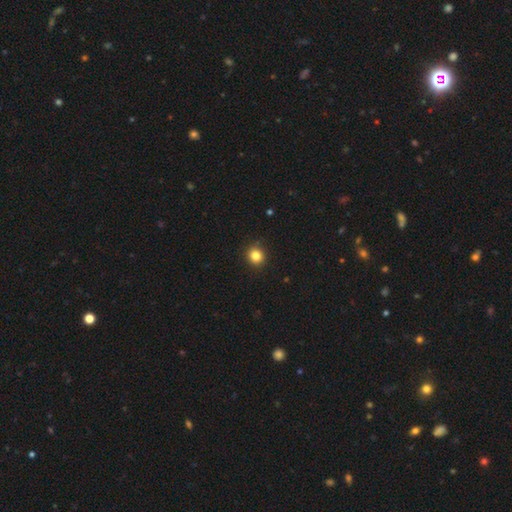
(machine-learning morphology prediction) Smooth or featured: smooth — 84% (star or artifact — 12%)
How rounded: round — 90% (in between — 9%)
Merging: none — 91% (minor disturbance — 6%)